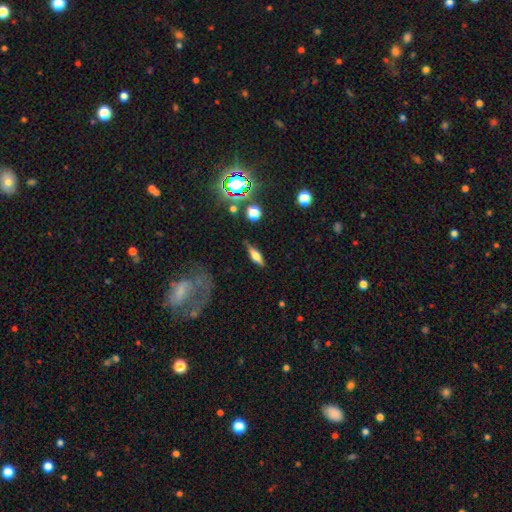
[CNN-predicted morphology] Q: Smooth or featured?
A: smooth (49%); runner-up: featured or disk (40%)
Q: Merging?
A: none (77%); runner-up: minor disturbance (16%)